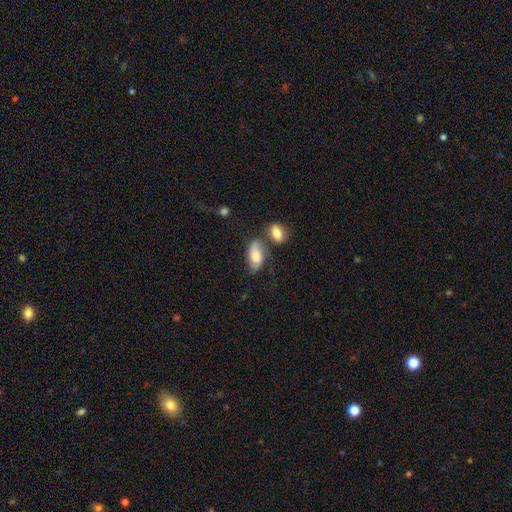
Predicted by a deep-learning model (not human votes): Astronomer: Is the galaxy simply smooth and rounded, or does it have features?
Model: smooth — 64%.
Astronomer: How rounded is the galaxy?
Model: in between — 91%.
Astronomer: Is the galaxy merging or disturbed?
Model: none — 47% (runner-up: minor disturbance, 24%).